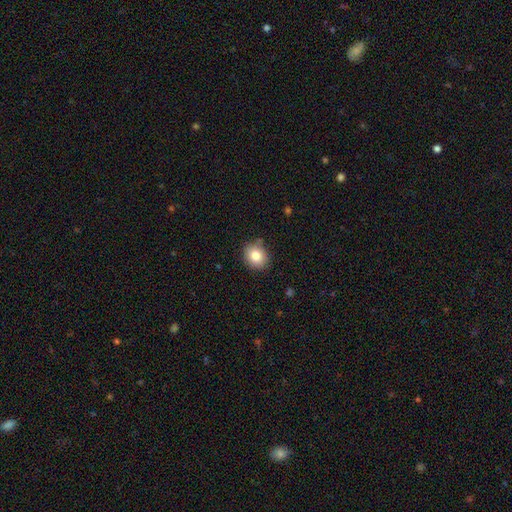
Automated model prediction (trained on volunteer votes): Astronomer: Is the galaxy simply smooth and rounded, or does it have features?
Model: smooth — 83%.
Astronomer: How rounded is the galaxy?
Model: round — 60% (runner-up: in between, 39%).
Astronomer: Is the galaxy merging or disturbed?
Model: none — 83%.